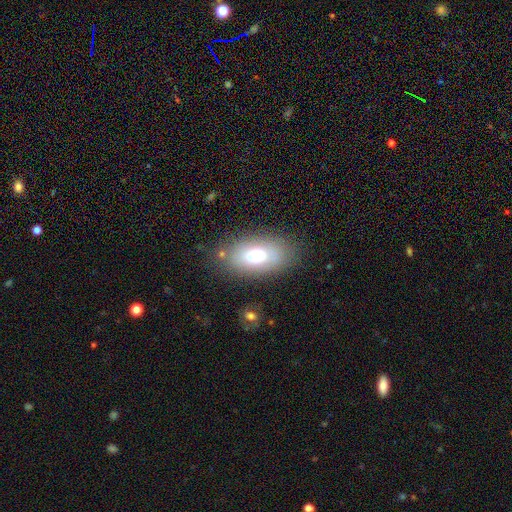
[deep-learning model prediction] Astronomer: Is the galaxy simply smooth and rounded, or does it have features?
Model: smooth — 70%.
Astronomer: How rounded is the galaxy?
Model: in between — 91%.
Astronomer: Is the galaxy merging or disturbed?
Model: none — 78%.